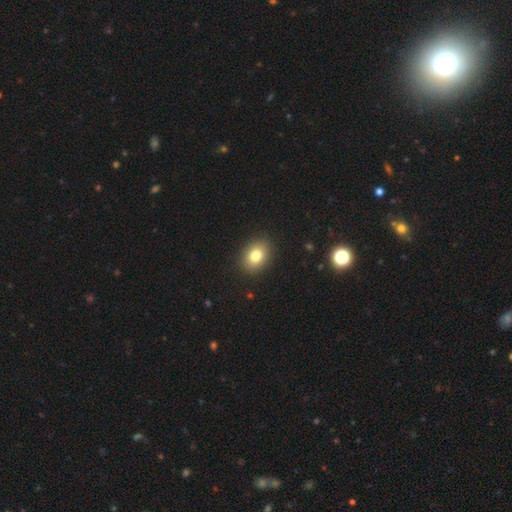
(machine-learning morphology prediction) Smooth or featured? Predicted: smooth (p=0.80). How rounded? Predicted: in between (p=0.65). Merging? Predicted: none (p=0.90).